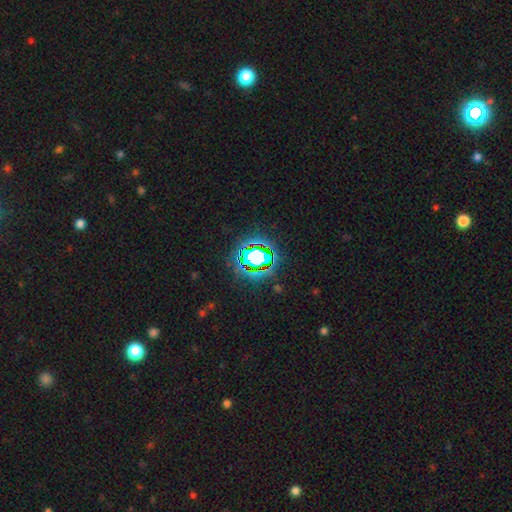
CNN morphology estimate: Smooth or featured? star or artifact (68%)